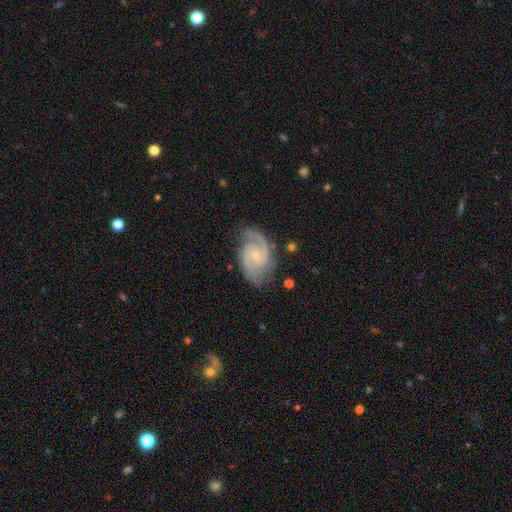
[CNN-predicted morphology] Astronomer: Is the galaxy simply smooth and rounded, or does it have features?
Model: featured or disk — 91%.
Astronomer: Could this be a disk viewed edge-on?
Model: no — 98%.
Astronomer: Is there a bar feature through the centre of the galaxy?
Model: no — 57% (runner-up: weak, 36%).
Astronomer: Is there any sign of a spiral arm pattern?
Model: yes — 98%.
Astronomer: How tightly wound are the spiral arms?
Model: medium — 50% (runner-up: tight, 41%).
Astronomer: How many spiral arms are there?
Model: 2 — 87%.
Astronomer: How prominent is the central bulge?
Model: small — 73%.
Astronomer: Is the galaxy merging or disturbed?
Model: none — 77%.